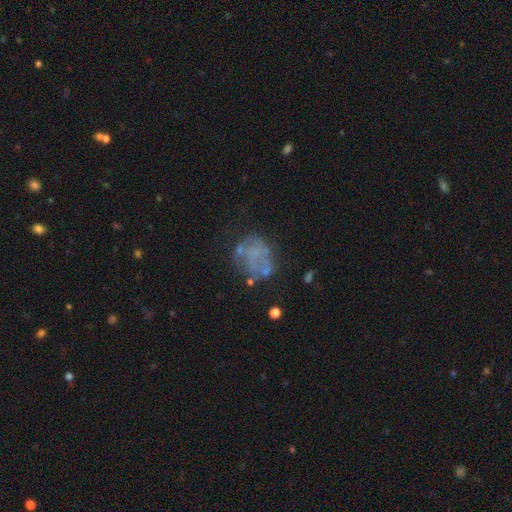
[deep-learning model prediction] Overall: featured or disk (55%; smooth 30%). Edge-on disk: no (98%). Bar: no (90%). Spiral arms: no (85%). Bulge size: none (82%). Merging: none (52%; minor disturbance 21%).